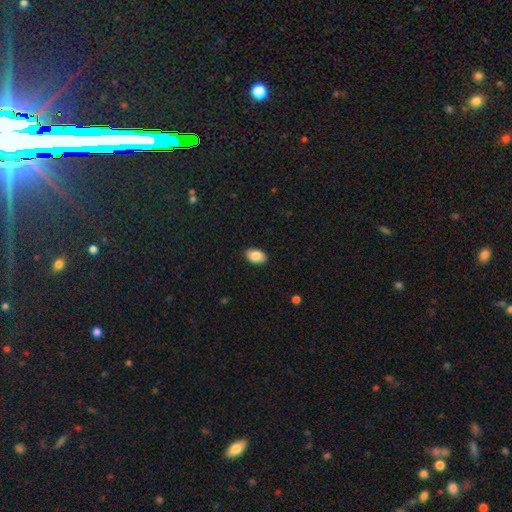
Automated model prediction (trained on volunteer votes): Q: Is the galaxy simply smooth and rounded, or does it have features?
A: smooth — 87%.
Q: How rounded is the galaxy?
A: in between — 90%.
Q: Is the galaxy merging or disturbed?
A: none — 89%.